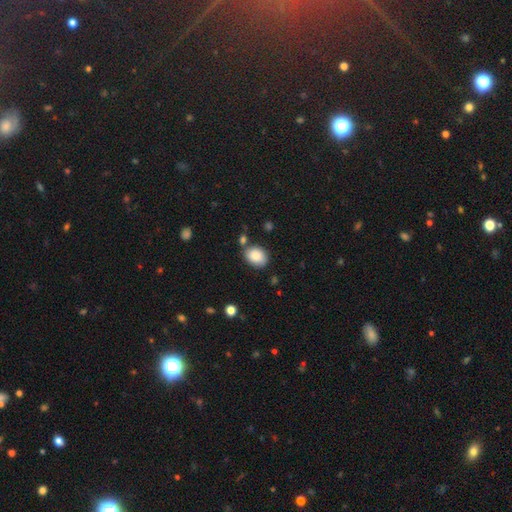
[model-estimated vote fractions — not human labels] Smooth or featured?
  - smooth: 86% *
  - star or artifact: 8%
  - featured or disk: 6%
How rounded?
  - in between: 61% *
  - round: 38%
  - cigar-shaped: 1%
Merging?
  - none: 73% *
  - minor disturbance: 15%
  - merger: 8%
  - major disturbance: 4%